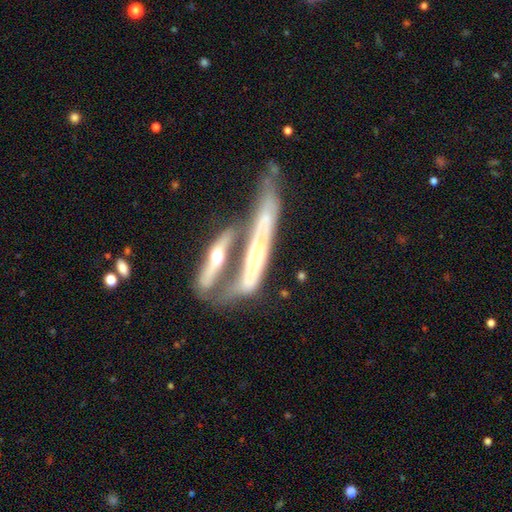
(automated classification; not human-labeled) The model was most divided on "merging": merger: 49%, none: 28%, minor disturbance: 13%, major disturbance: 11%. More confident: edge-on disk — yes (68%); smooth or featured — featured or disk (64%).